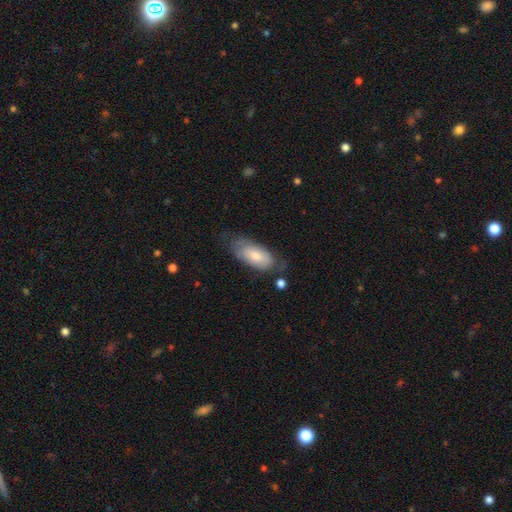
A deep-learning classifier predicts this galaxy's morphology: Overall: smooth (67%; featured or disk 27%). How rounded: in between (89%). Merging: none (56%; minor disturbance 29%).